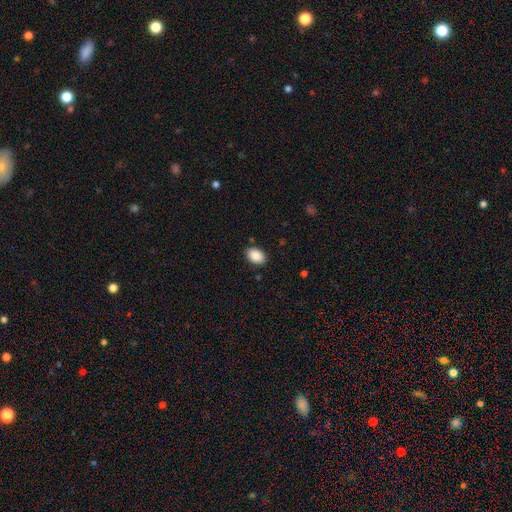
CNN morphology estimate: A smooth galaxy with no disk features (90%) that is in between round and cigar-shaped (83%).

Vote fractions:
- Smooth or featured? smooth: 90% / star or artifact: 7% / featured or disk: 3%
- How rounded? in between: 83% / round: 16% / cigar-shaped: 1%
- Merging? none: 88% / minor disturbance: 9% / major disturbance: 2% / merger: 1%